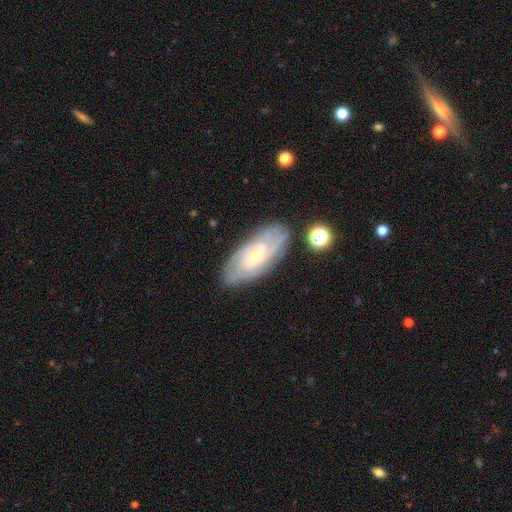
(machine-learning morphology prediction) This appears to be a featured or disk galaxy (80%) with no bar (69%), tight (72%) spiral arms (93%) and a small central bulge (62%). Merging: none (79%).